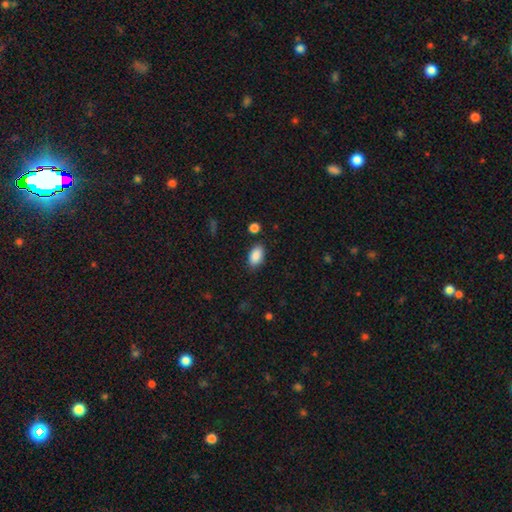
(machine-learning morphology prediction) Smooth or featured?
  - smooth: 89% *
  - star or artifact: 7%
  - featured or disk: 4%
How rounded?
  - in between: 93% *
  - round: 5%
  - cigar-shaped: 2%
Merging?
  - none: 84% *
  - minor disturbance: 11%
  - major disturbance: 3%
  - merger: 3%